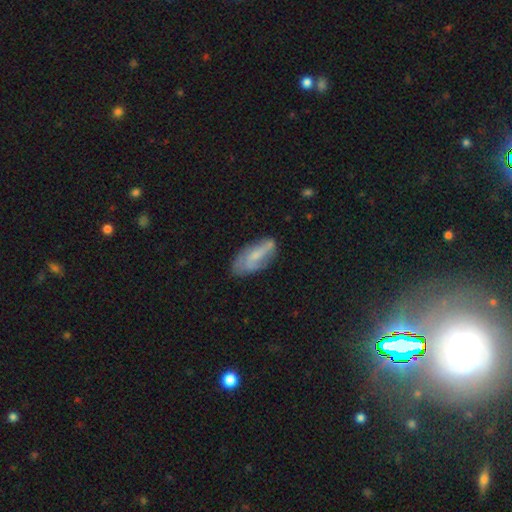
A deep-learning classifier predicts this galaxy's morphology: smooth_or_featured: featured or disk (p=0.49) [alt: smooth p=0.44]
merging: none (p=0.59) [alt: minor disturbance p=0.27]